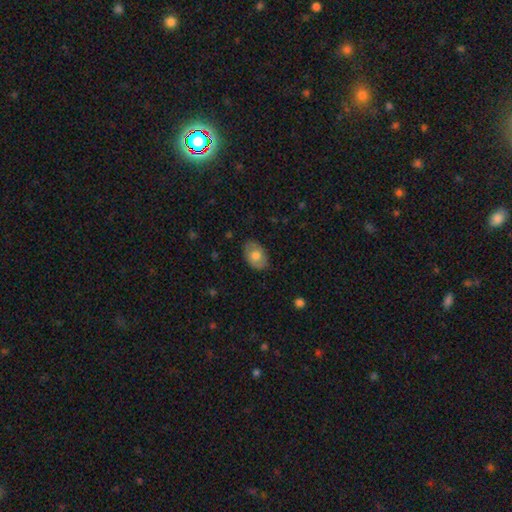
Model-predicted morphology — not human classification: The model was most divided on "smooth or featured": smooth: 72%, featured or disk: 21%, star or artifact: 7%. More confident: how rounded — in between (84%); merging — none (83%).